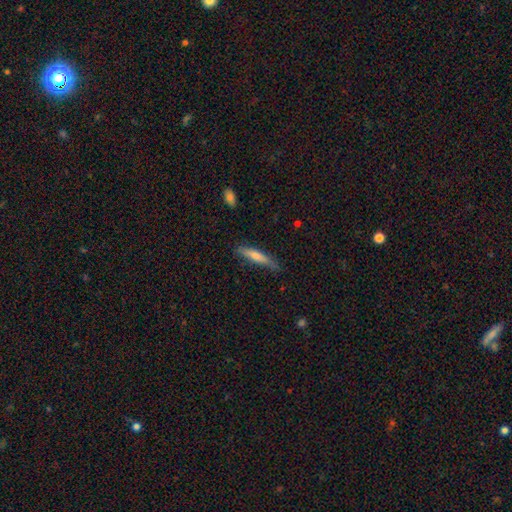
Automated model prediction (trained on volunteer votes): Smooth or featured? Predicted: smooth (p=0.60). How rounded? Predicted: cigar-shaped (p=0.90). Merging? Predicted: none (p=0.74).